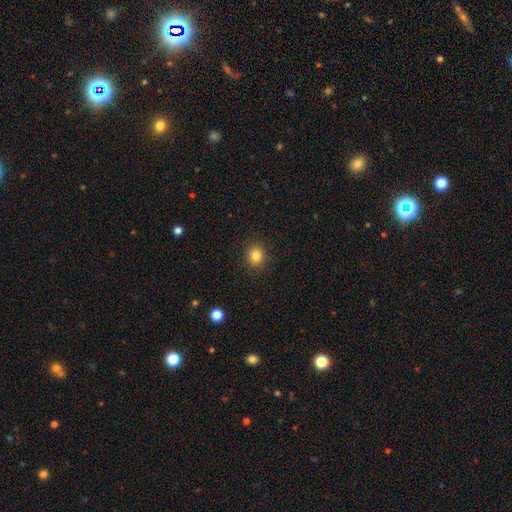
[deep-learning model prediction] This appears to be a smooth galaxy with no disk features (83%) that is round (77%). Merging: none (90%).